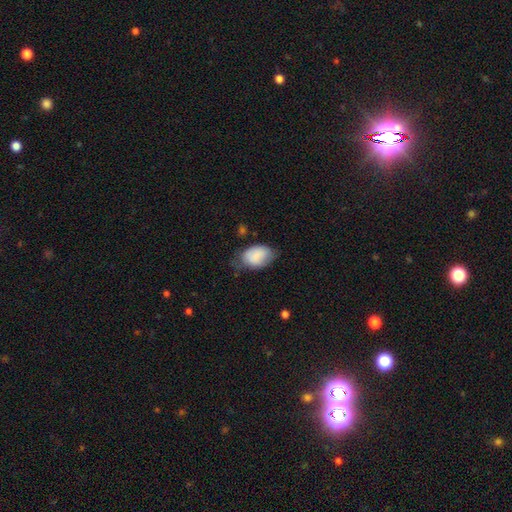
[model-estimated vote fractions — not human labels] Morphology: type=smooth (84%); roundness=in between (87%); merging=none (51%).